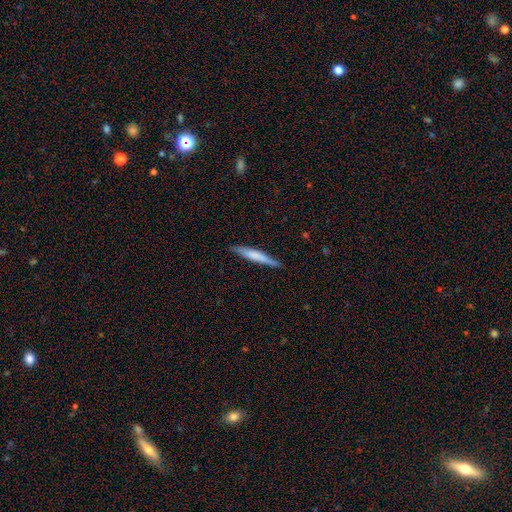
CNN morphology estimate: Smooth or featured? Predicted: smooth (p=0.59). How rounded? Predicted: cigar-shaped (p=0.94). Merging? Predicted: none (p=0.85).